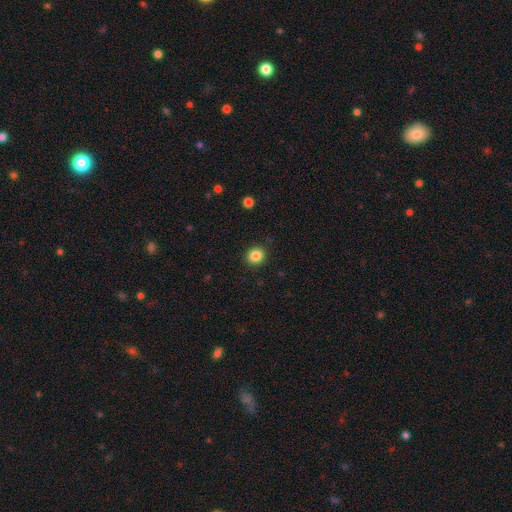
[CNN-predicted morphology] Smooth or featured: smooth — 85% (star or artifact — 11%)
How rounded: round — 82% (in between — 17%)
Merging: none — 90% (minor disturbance — 7%)